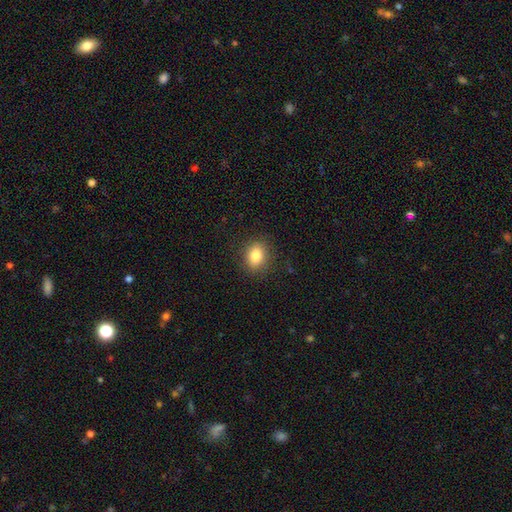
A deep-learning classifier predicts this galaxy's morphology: This is clearly a smooth galaxy (84%). How rounded: possibly in between (57%). Merging: clearly none (88%).